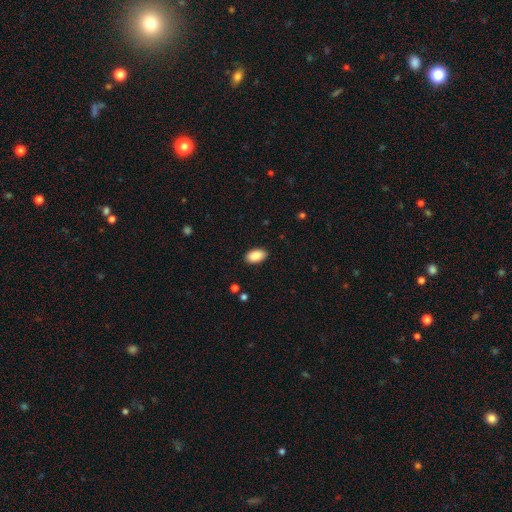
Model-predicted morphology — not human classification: Smooth or featured? Predicted: smooth (p=0.89). How rounded? Predicted: in between (p=0.94). Merging? Predicted: none (p=0.89).